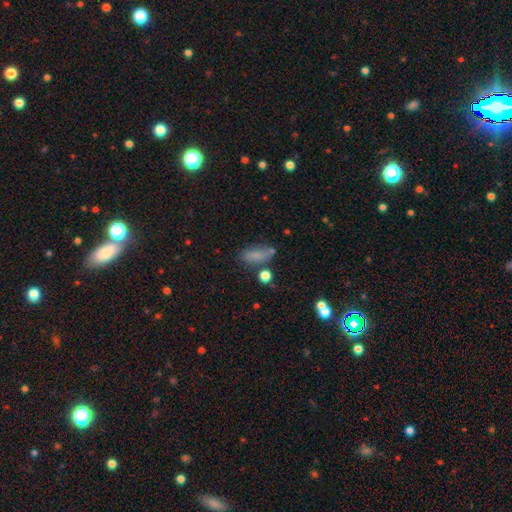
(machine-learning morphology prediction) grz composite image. It shows a smooth galaxy with no disk features (79%) that is in between round and cigar-shaped (74%). Merging: none (61%).